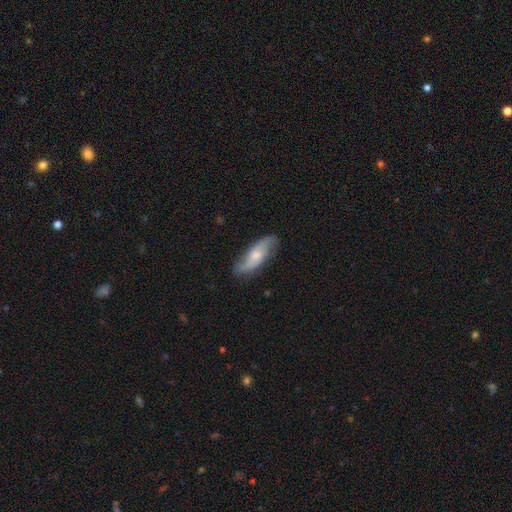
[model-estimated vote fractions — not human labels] A featured or disk galaxy (58%). Merging: none (79%).